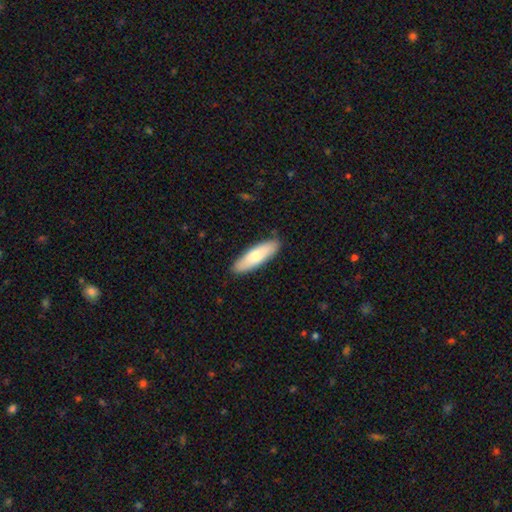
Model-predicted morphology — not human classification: smooth_or_featured: smooth (p=0.75) [alt: featured or disk p=0.20]
how_rounded: cigar-shaped (p=0.54) [alt: in between p=0.44]
merging: none (p=0.89) [alt: minor disturbance p=0.09]